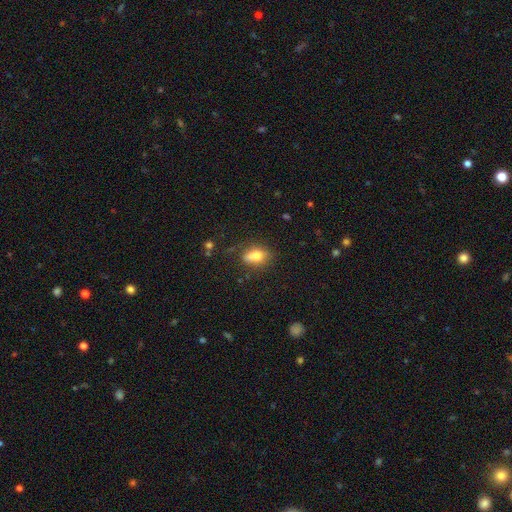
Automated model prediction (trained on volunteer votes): Morphology: type=smooth (72%); roundness=in between (74%); merging=none (66%).